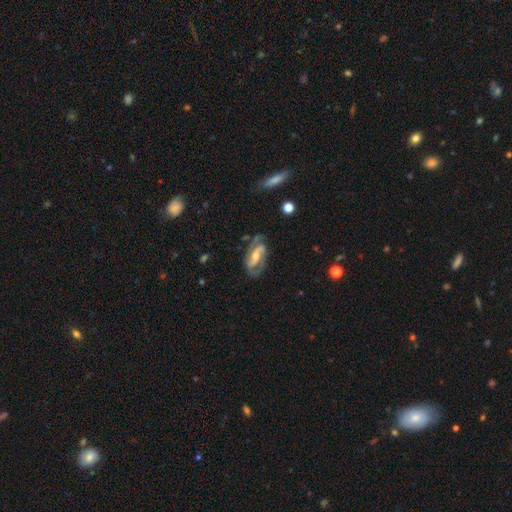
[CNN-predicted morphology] Q: Smooth or featured?
A: featured or disk (85%); runner-up: smooth (10%)
Q: Edge-on disk?
A: no (95%); runner-up: yes (5%)
Q: Bar?
A: strong (45%); runner-up: weak (36%)
Q: Spiral arms?
A: yes (94%); runner-up: no (6%)
Q: Spiral winding?
A: medium (50%); runner-up: loose (25%)
Q: Spiral arm count?
A: 2 (88%); runner-up: can't tell (5%)
Q: Bulge size?
A: moderate (53%); runner-up: small (39%)
Q: Merging?
A: none (71%); runner-up: minor disturbance (19%)